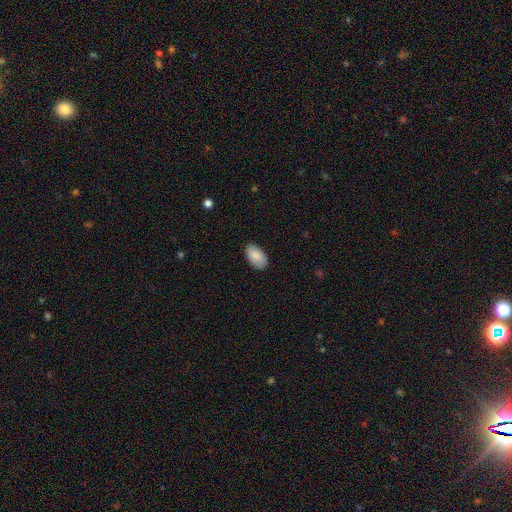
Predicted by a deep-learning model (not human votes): Smooth or featured? Predicted: smooth (p=0.88). How rounded? Predicted: in between (p=0.95). Merging? Predicted: none (p=0.85).